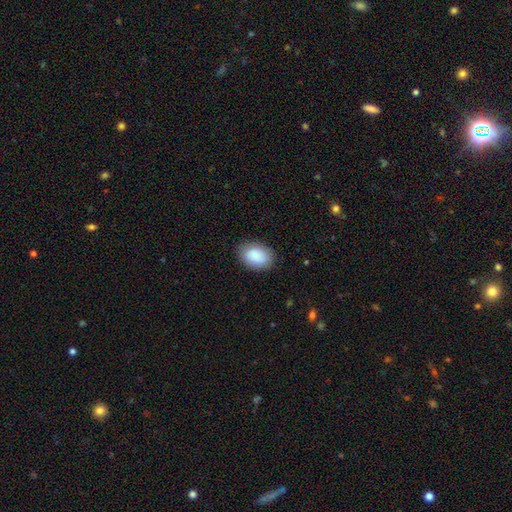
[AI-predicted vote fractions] Overall: smooth (87%). How rounded: in between (84%). Merging: none (84%).